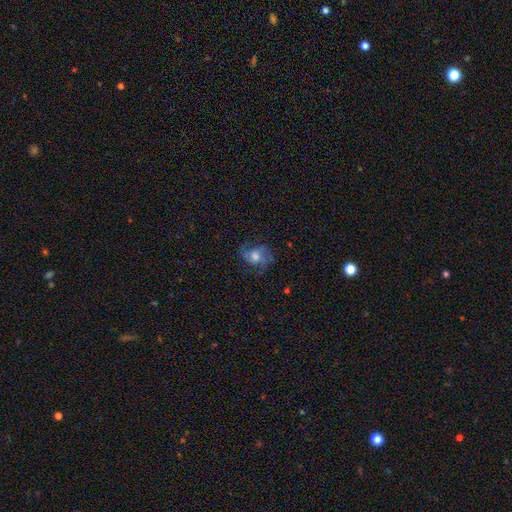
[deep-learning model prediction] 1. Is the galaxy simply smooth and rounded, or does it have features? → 62% featured or disk, 26% smooth, 12% star or artifact.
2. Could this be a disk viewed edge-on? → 96% no, 4% yes.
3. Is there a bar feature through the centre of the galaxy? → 65% no, 28% weak, 6% strong.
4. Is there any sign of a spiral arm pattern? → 86% yes, 14% no.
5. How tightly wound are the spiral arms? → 48% medium, 33% loose, 19% tight.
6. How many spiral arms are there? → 42% 2, 22% 3, 20% can't tell, 6% 1, 6% 4, 4% more than 4.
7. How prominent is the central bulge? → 55% moderate, 24% large, 14% small, 4% none, 2% dominant.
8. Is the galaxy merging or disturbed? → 64% none, 20% minor disturbance, 16% major disturbance, 1% merger.